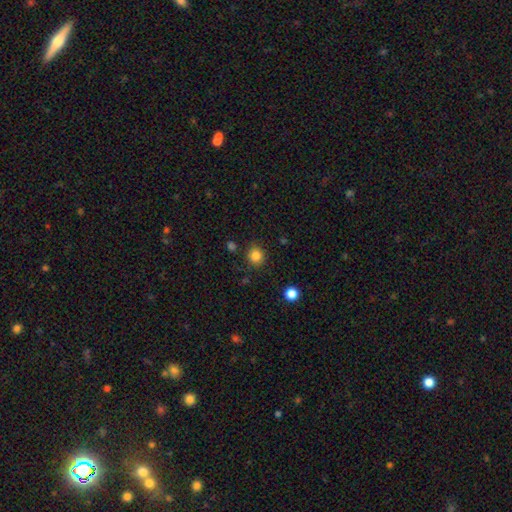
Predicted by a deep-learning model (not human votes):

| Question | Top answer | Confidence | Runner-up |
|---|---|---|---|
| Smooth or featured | smooth | 84% | star or artifact (12%) |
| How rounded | round | 89% | in between (10%) |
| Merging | none | 87% | minor disturbance (8%) |